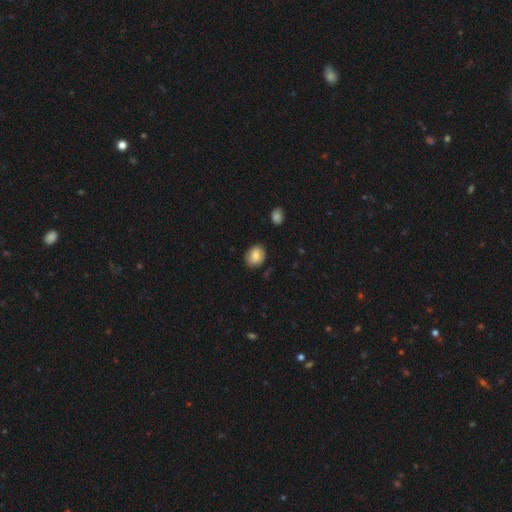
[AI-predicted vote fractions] A smooth galaxy with no disk features (80%) that is in between round and cigar-shaped (51%).

Vote fractions:
- Smooth or featured? smooth: 80% / featured or disk: 12% / star or artifact: 8%
- How rounded? in between: 51% / round: 48% / cigar-shaped: 1%
- Merging? none: 83% / minor disturbance: 13% / major disturbance: 3% / merger: 2%